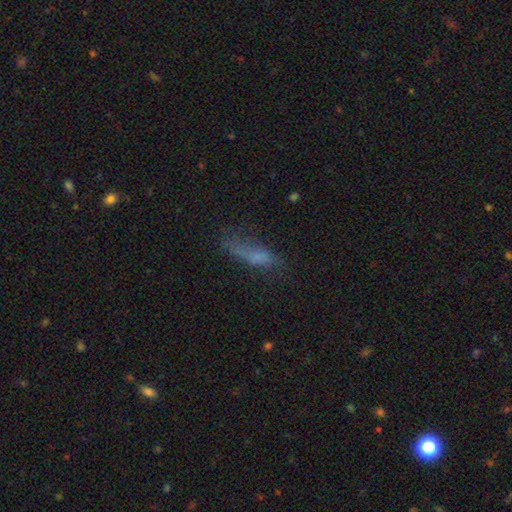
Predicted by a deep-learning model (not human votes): smooth-or-featured: smooth: 61% | featured or disk: 26% | star or artifact: 13%
  how-rounded: cigar-shaped: 62% | in between: 35% | round: 3%
  merging: none: 46% | minor disturbance: 29% | major disturbance: 21% | merger: 3%